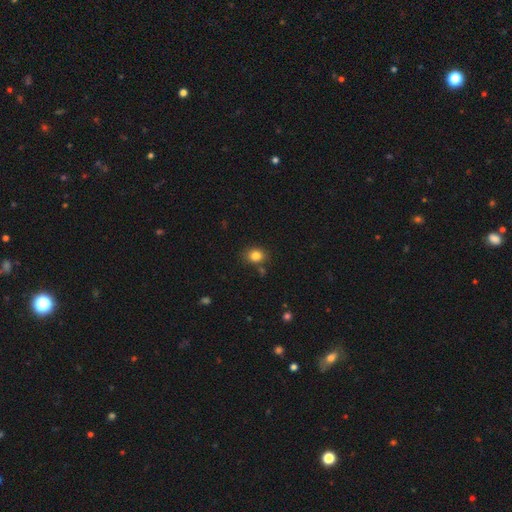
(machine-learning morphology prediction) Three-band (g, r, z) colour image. It shows a smooth galaxy with no disk features (83%) that is round (59%). Merging: none (80%).